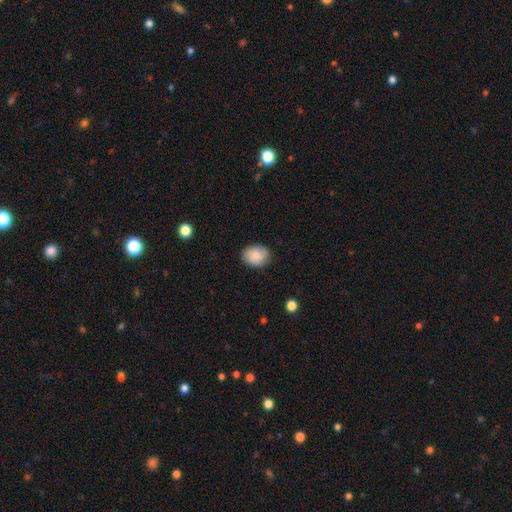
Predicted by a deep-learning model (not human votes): Smooth or featured: smooth — 82% (featured or disk — 11%)
How rounded: in between — 52% (round — 47%)
Merging: none — 84% (minor disturbance — 12%)